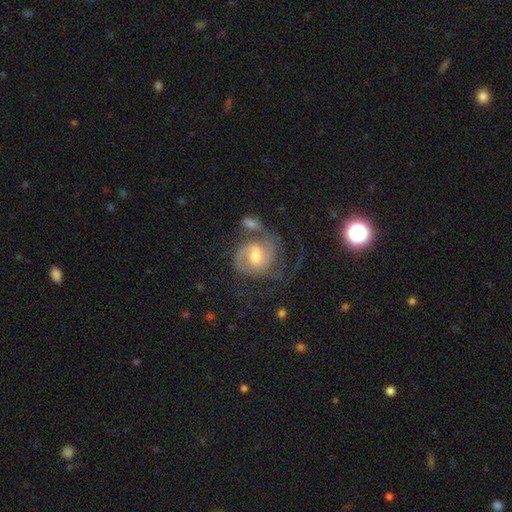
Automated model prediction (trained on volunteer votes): Smooth or featured: featured or disk — 86% (smooth — 8%)
Edge-on disk: no — 98% (yes — 2%)
Bar: weak — 47% (no — 41%)
Spiral arms: yes — 96% (no — 4%)
Spiral winding: tight — 48% (medium — 41%)
Spiral arm count: 2 — 55% (can't tell — 16%)
Bulge size: moderate — 59% (small — 33%)
Merging: none — 46% (major disturbance — 22%)